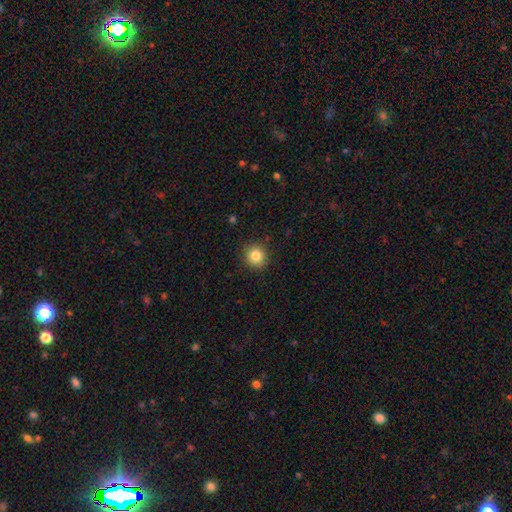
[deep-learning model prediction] A smooth galaxy with no disk features (84%) that is round (90%). Merging: none (90%).